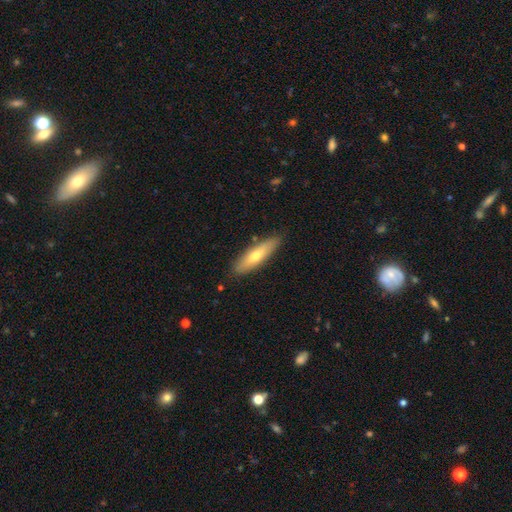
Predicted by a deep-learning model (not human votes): smooth_or_featured: smooth (p=0.61) [alt: featured or disk p=0.34]
how_rounded: cigar-shaped (p=0.67) [alt: in between p=0.31]
merging: none (p=0.86) [alt: minor disturbance p=0.10]